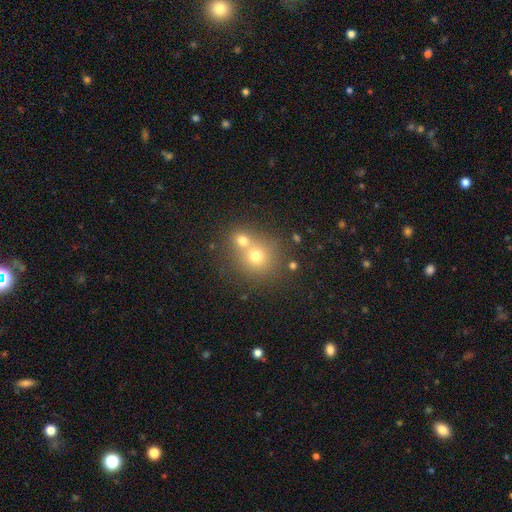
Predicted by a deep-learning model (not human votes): Overall: smooth (68%). How rounded: round (83%). Merging: merger (48%; none 42%).